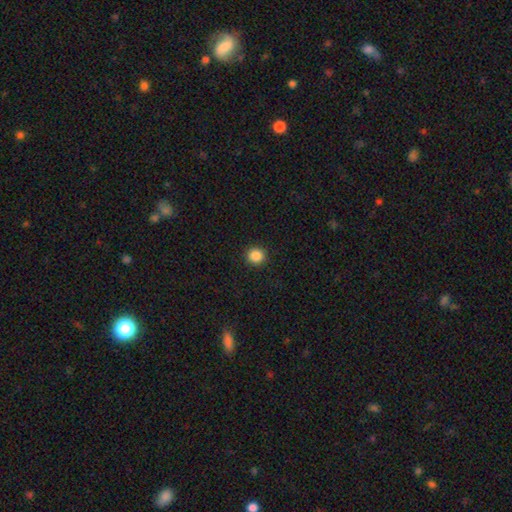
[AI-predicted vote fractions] Smooth or featured?
  - smooth: 87% *
  - star or artifact: 10%
  - featured or disk: 3%
How rounded?
  - round: 92% *
  - in between: 7%
  - cigar-shaped: 1%
Merging?
  - none: 93% *
  - minor disturbance: 5%
  - major disturbance: 2%
  - merger: 1%